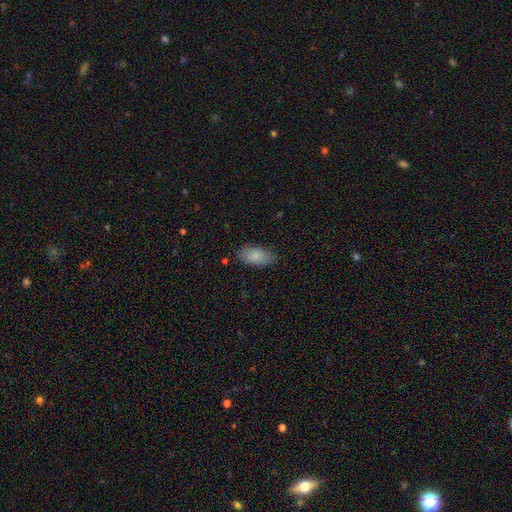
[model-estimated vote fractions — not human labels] smooth-or-featured: smooth: 85% | featured or disk: 9% | star or artifact: 7%
  how-rounded: in between: 93% | cigar-shaped: 4% | round: 3%
  merging: none: 79% | minor disturbance: 16% | major disturbance: 4% | merger: 1%